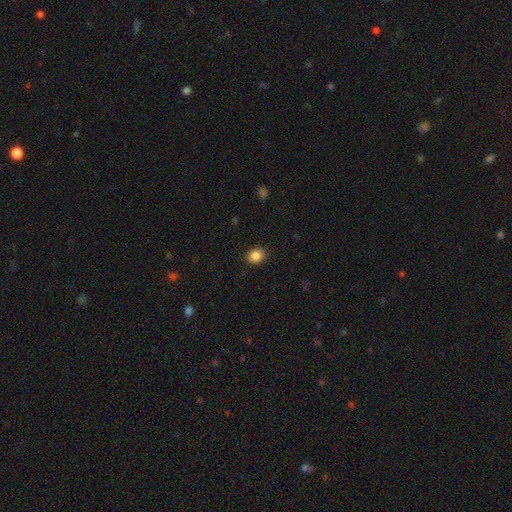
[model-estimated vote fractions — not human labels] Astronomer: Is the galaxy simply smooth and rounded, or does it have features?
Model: smooth — 86%.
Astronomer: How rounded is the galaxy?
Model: round — 64%.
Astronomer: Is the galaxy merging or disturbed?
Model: none — 89%.